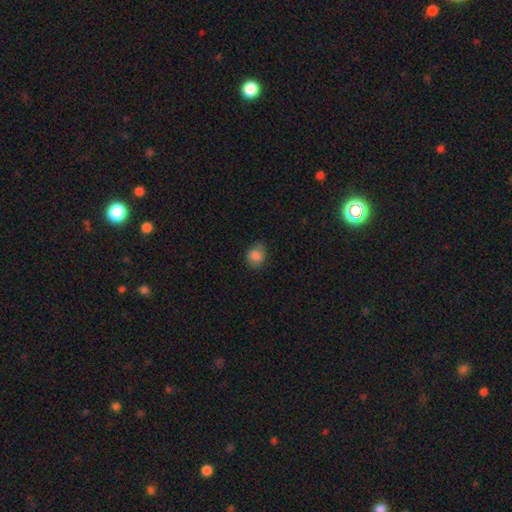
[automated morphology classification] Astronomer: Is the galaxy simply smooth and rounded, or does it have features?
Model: smooth — 84%.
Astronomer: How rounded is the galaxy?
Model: round — 67%.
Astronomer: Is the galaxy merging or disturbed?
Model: none — 76%.